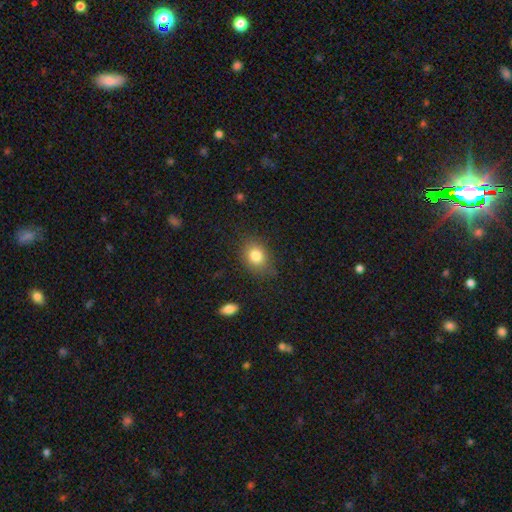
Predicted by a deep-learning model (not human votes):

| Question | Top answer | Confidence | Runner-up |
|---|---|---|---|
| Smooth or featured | smooth | 82% | star or artifact (10%) |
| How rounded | in between | 51% | round (48%) |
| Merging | none | 77% | minor disturbance (17%) |